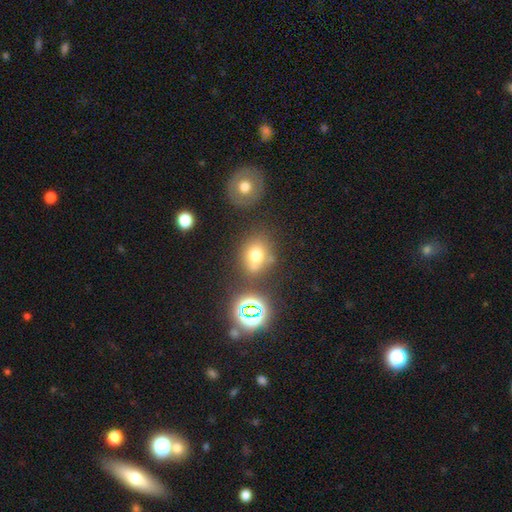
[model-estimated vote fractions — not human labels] Smooth or featured: smooth — 66% (star or artifact — 20%)
How rounded: round — 54% (in between — 44%)
Merging: none — 61% (minor disturbance — 17%)